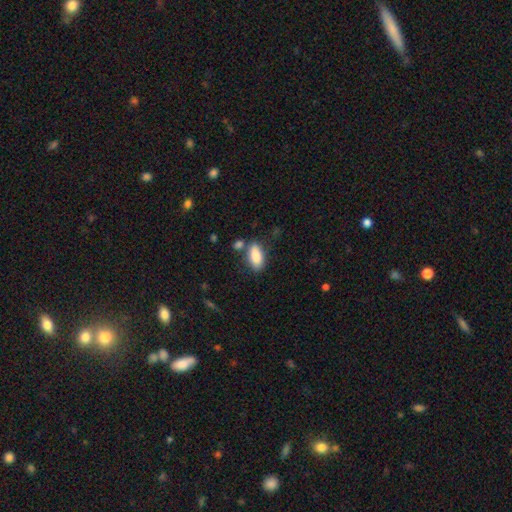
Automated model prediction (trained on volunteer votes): Smooth or featured? smooth (87%)
How rounded? in between (88%)
Merging? none (71%)